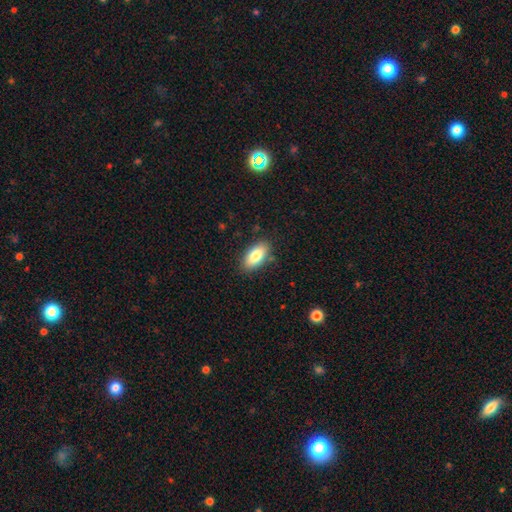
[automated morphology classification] Smooth or featured?
  - smooth: 83% *
  - featured or disk: 10%
  - star or artifact: 7%
How rounded?
  - in between: 89% *
  - cigar-shaped: 8%
  - round: 3%
Merging?
  - none: 84% *
  - minor disturbance: 11%
  - major disturbance: 3%
  - merger: 1%